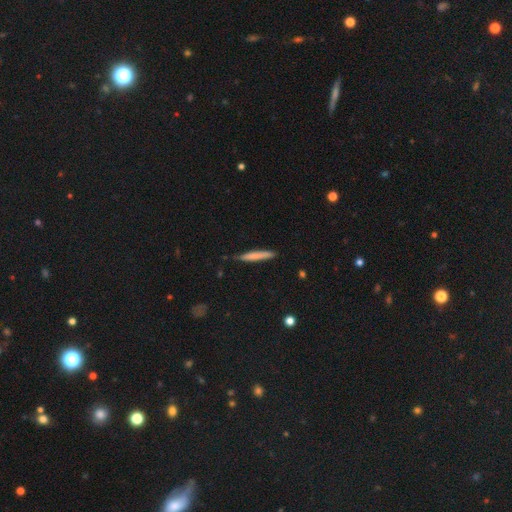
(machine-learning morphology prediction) A smooth galaxy with no disk features (72%) that is cigar-shaped (96%). Merging: none (84%).